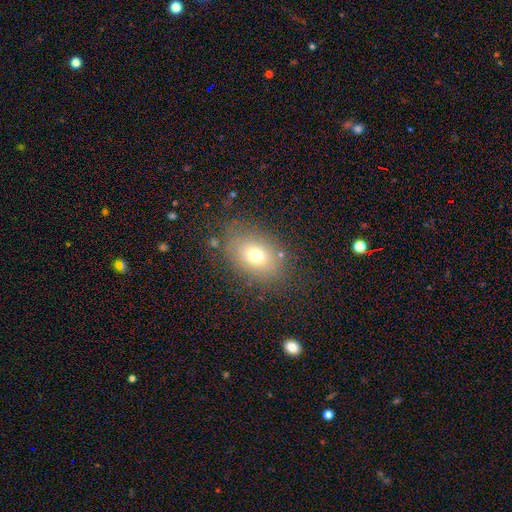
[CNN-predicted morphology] This is likely a smooth galaxy (71%). How rounded: likely in between (68%). Merging: likely none (77%).